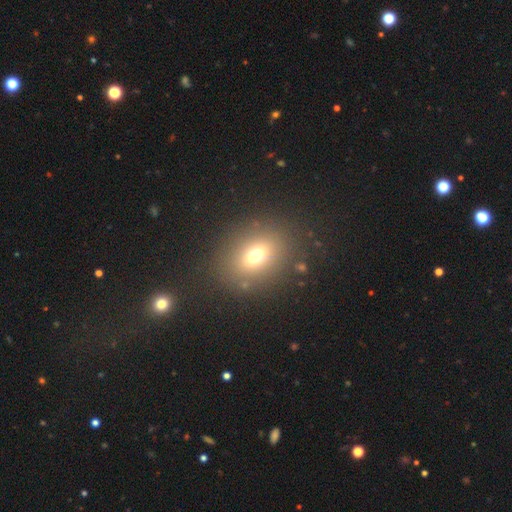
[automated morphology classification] smooth-or-featured: smooth: 69% | star or artifact: 17% | featured or disk: 14%
  how-rounded: in between: 56% | round: 42% | cigar-shaped: 2%
  merging: none: 83% | minor disturbance: 9% | major disturbance: 6% | merger: 3%